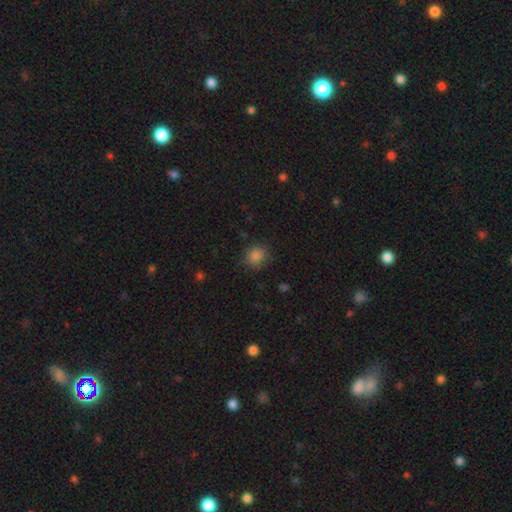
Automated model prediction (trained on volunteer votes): This appears to be a smooth galaxy with no disk features (85%) that is round (79%). Merging: none (81%).